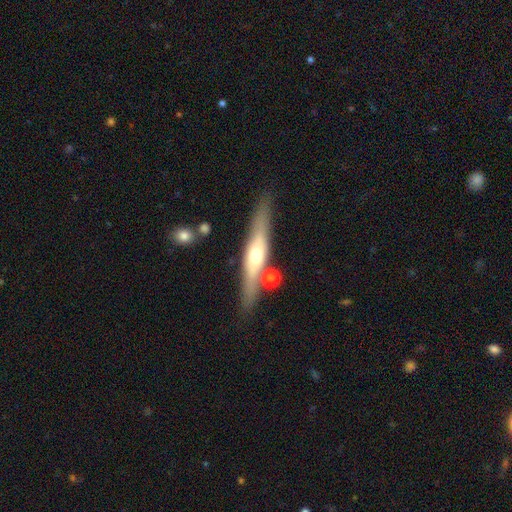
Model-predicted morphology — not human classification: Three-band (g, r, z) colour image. It shows a featured or disk galaxy (62%) viewed edge-on (91%) with a rounded central bulge (88%). Merging: none (76%).